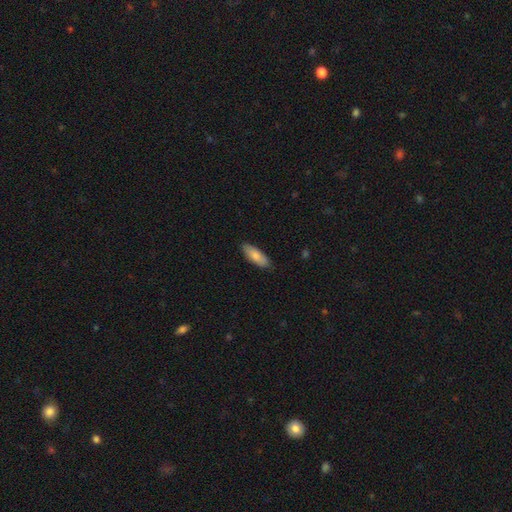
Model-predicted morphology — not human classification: Smooth or featured? smooth (82%)
How rounded? in between (71%)
Merging? none (86%)